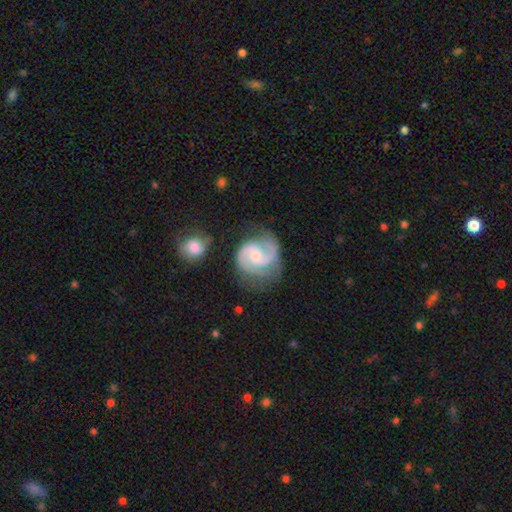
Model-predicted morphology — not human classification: Smooth or featured: featured or disk — 90% (smooth — 6%)
Edge-on disk: no — 98% (yes — 2%)
Bar: no — 48% (weak — 44%)
Spiral arms: yes — 98% (no — 2%)
Spiral winding: medium — 58% (tight — 26%)
Spiral arm count: 2 — 90% (can't tell — 3%)
Bulge size: small — 53% (moderate — 36%)
Merging: none — 66% (minor disturbance — 21%)